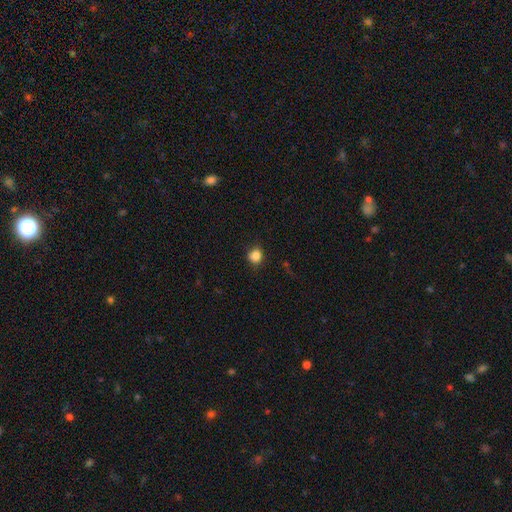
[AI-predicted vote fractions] smooth-or-featured: smooth: 84% | star or artifact: 11% | featured or disk: 5%
  how-rounded: round: 79% | in between: 20% | cigar-shaped: 1%
  merging: none: 75% | minor disturbance: 18% | major disturbance: 4% | merger: 2%